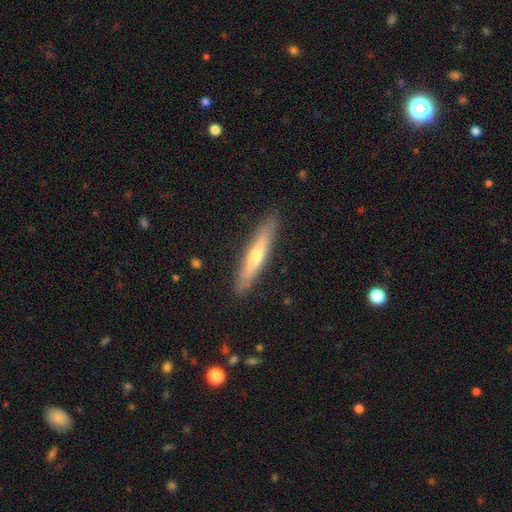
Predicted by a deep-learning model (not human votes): The model was most divided on "smooth or featured": featured or disk: 48%, smooth: 46%, star or artifact: 7%. More confident: merging — none (89%).